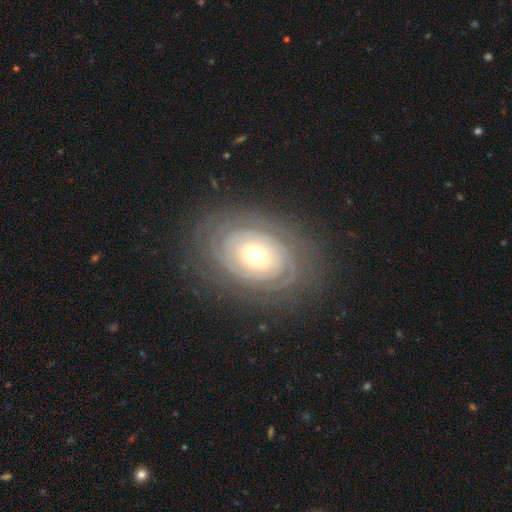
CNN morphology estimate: The model was most divided on "spiral arm count": can't tell: 42%, 2: 20%, 3: 13%, more than 4: 10%, 4: 9%, 1: 6%. More confident: edge-on disk — no (95%); spiral winding — tight (86%); bar — no (84%); spiral arms — yes (83%); merging — none (82%); smooth or featured — featured or disk (80%); bulge size — moderate (58%).